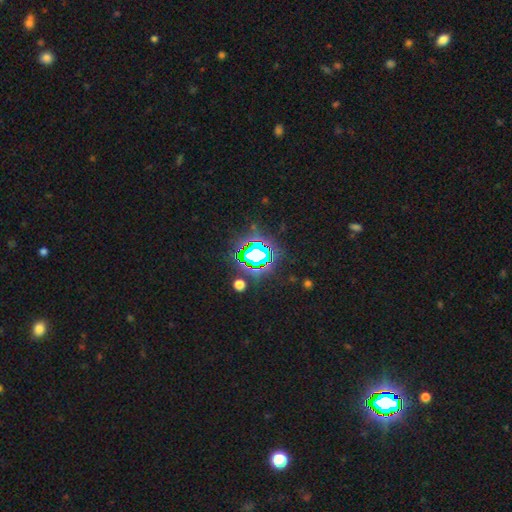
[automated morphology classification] Overall: star or artifact (74%).